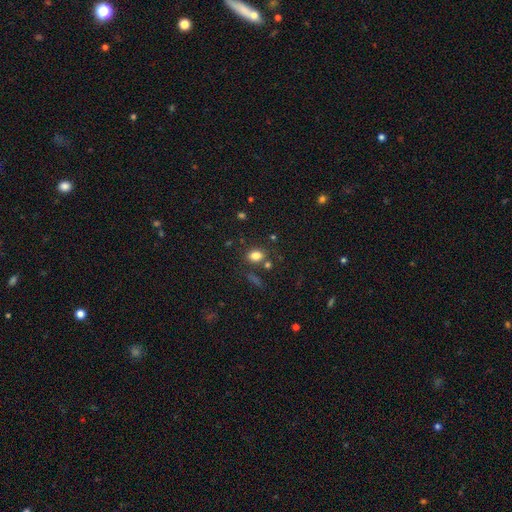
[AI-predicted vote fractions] A smooth galaxy with no disk features (80%) that is in between round and cigar-shaped (69%). Merging: none (74%).